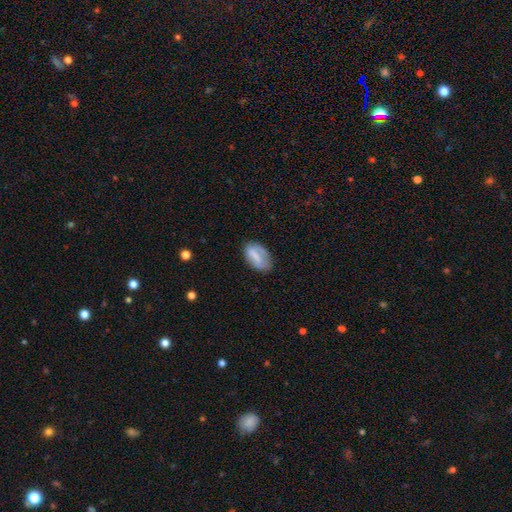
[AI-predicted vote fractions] Overall: smooth (64%; featured or disk 28%). How rounded: in between (92%). Merging: none (67%).